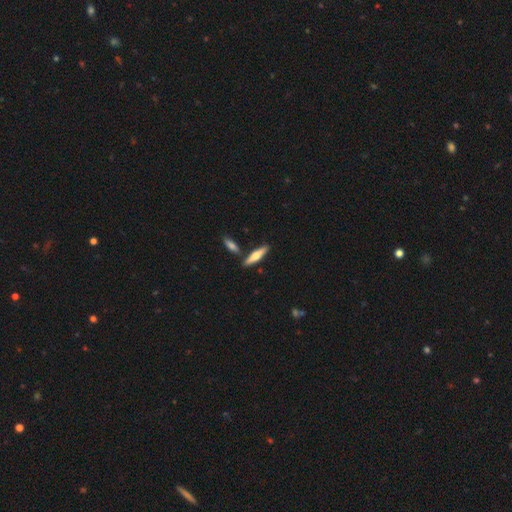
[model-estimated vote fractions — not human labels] A smooth galaxy with no disk features (51%) that is cigar-shaped (75%). Merging: none (80%).